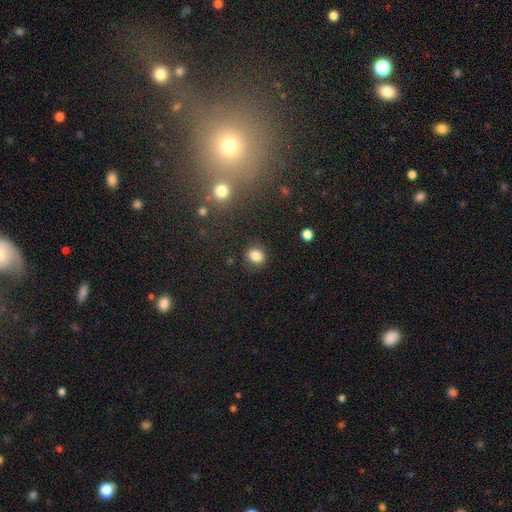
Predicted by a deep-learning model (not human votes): smooth 84%, star or artifact 11%, featured or disk 5%. Down the decision tree: how rounded — round (71%); merging — none (87%).